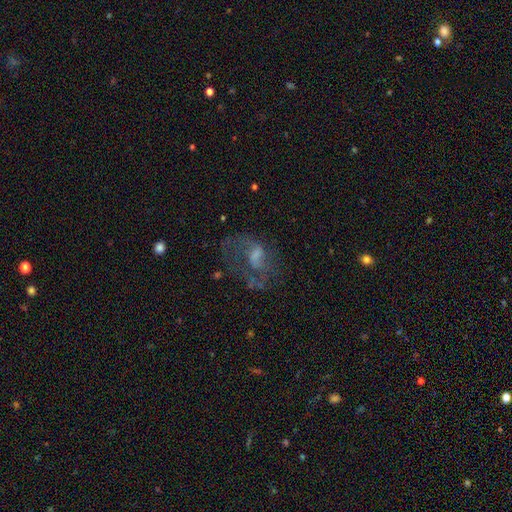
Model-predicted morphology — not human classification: Overall: featured or disk (64%). Edge-on disk: no (97%). Bar: weak (44%, tied with no). Spiral arms: yes (66%; no 34%). Bulge size: none (33%; moderate 29%). Merging: major disturbance (40%; none 38%).